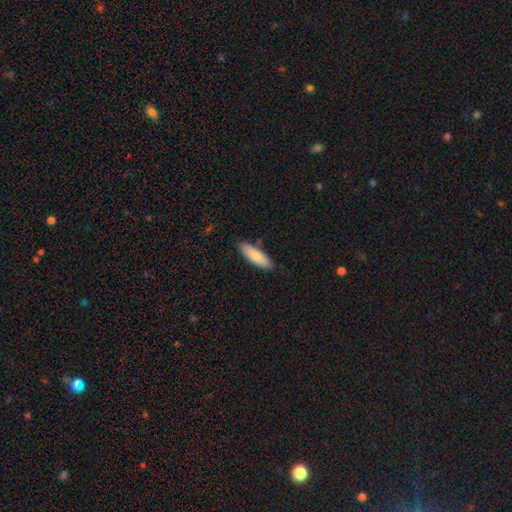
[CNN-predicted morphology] Smooth or featured? Predicted: smooth (p=0.81). How rounded? Predicted: cigar-shaped (p=0.50). Merging? Predicted: none (p=0.85).